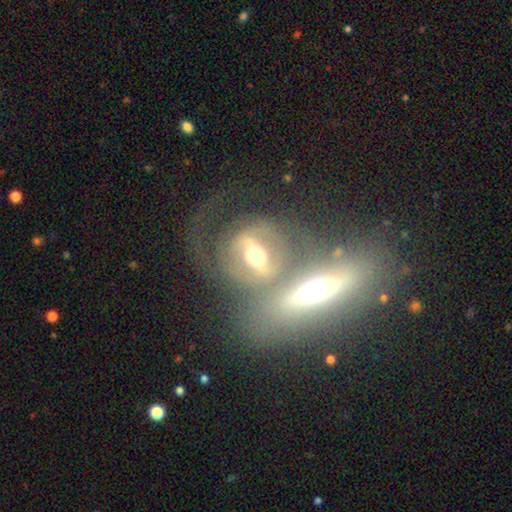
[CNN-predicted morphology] Smooth or featured: featured or disk — 74% (smooth — 19%)
Edge-on disk: no — 77% (yes — 23%)
Bar: strong — 59% (weak — 25%)
Spiral arms: yes — 55% (no — 45%)
Bulge size: moderate — 67% (large — 21%)
Merging: merger — 59% (none — 24%)